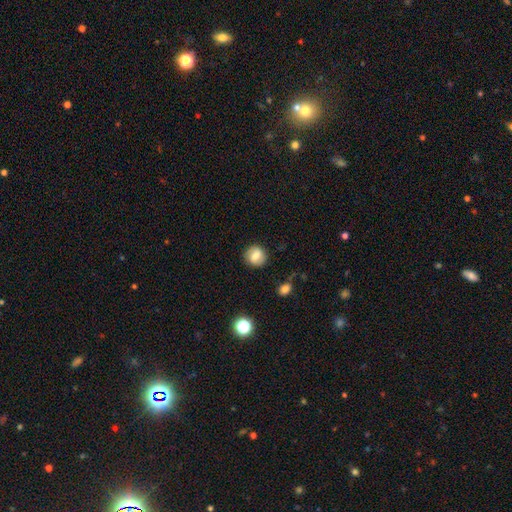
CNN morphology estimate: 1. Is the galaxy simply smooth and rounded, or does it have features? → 70% smooth, 21% featured or disk, 9% star or artifact.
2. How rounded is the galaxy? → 84% round, 15% in between, 1% cigar-shaped.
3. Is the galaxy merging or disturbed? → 85% none, 11% minor disturbance, 3% major disturbance, 2% merger.